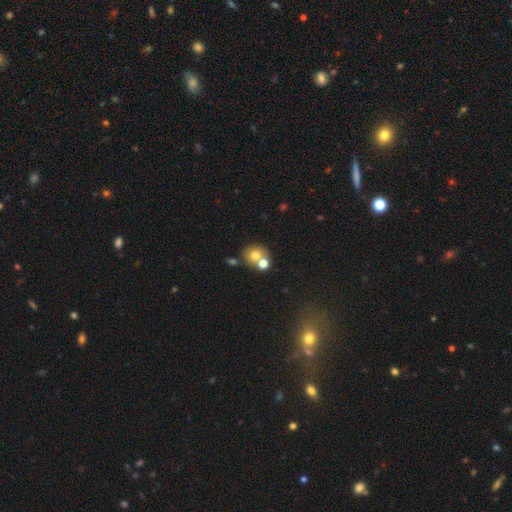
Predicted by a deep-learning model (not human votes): Q: Smooth or featured?
A: smooth (71%); runner-up: featured or disk (16%)
Q: How rounded?
A: round (81%); runner-up: in between (18%)
Q: Merging?
A: none (48%); runner-up: merger (40%)